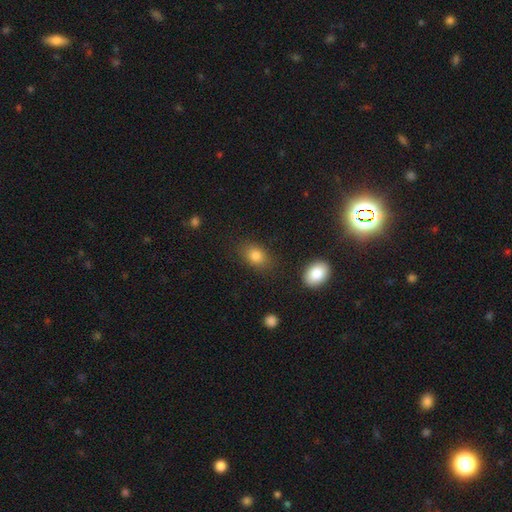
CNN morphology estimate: smooth_or_featured: smooth (p=0.83) [alt: star or artifact p=0.10]
how_rounded: in between (p=0.75) [alt: round p=0.23]
merging: none (p=0.80) [alt: minor disturbance p=0.13]